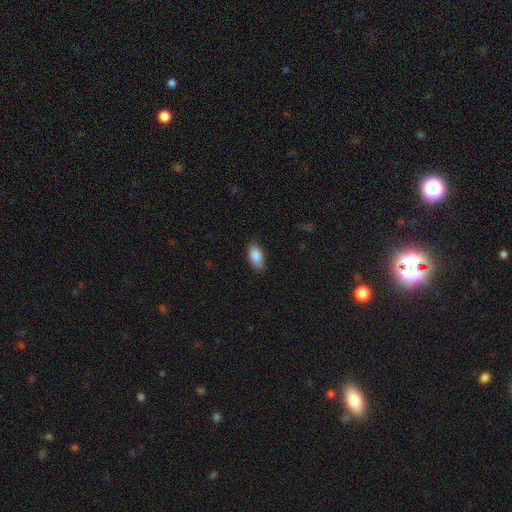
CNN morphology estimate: This is clearly a smooth galaxy (89%). How rounded: clearly in between (92%). Merging: clearly none (84%).